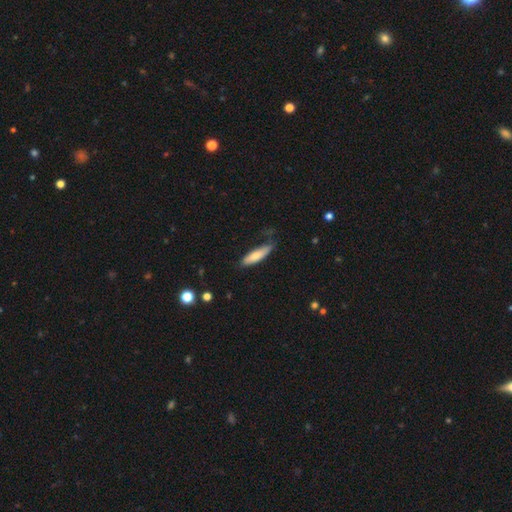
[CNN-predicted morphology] Smooth or featured: smooth — 76% (featured or disk — 18%)
How rounded: cigar-shaped — 66% (in between — 33%)
Merging: none — 70% (minor disturbance — 22%)